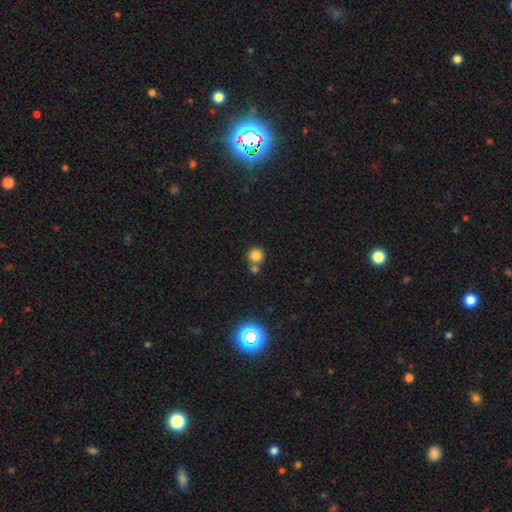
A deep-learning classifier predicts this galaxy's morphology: Overall: smooth (81%). How rounded: round (92%). Merging: none (59%; merger 29%).